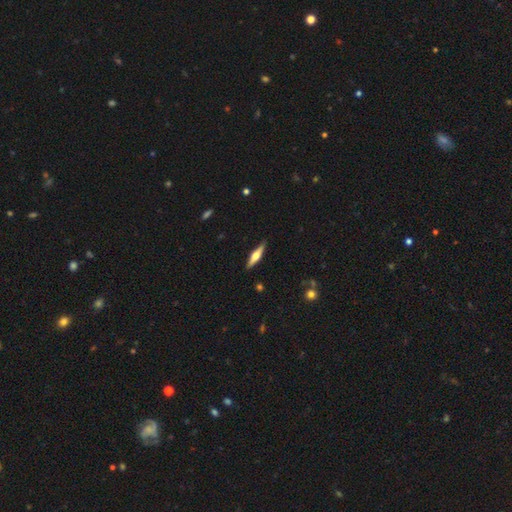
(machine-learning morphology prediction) The model was most divided on "smooth or featured": featured or disk: 58%, smooth: 36%, star or artifact: 5%. More confident: edge-on disk — yes (96%); edge-on bulge — rounded (91%); merging — none (89%).